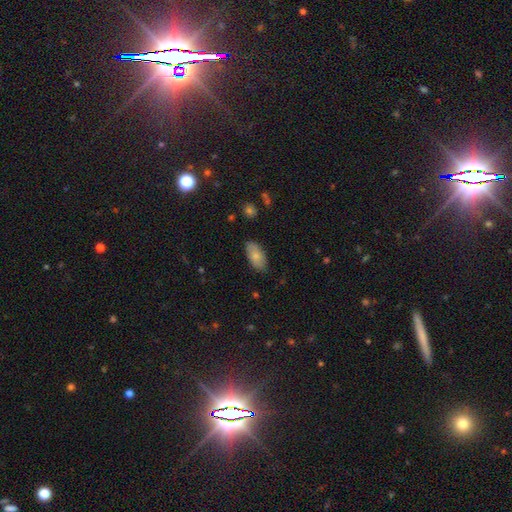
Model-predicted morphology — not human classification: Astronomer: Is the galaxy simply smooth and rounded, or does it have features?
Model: smooth — 81%.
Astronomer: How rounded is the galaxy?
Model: in between — 92%.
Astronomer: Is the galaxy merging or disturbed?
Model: none — 83%.